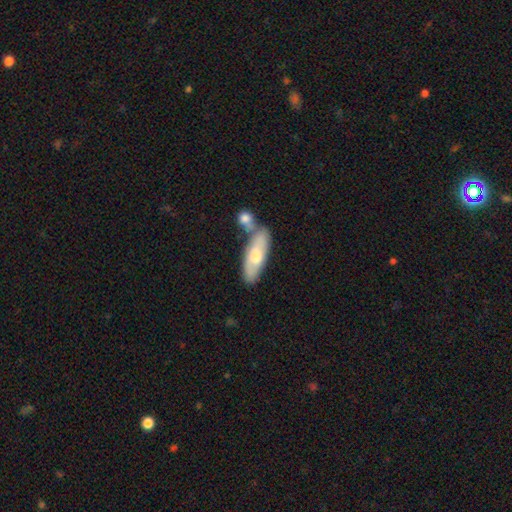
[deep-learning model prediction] Smooth or featured? Predicted: smooth (p=0.59). How rounded? Predicted: in between (p=0.61). Merging? Predicted: none (p=0.49).